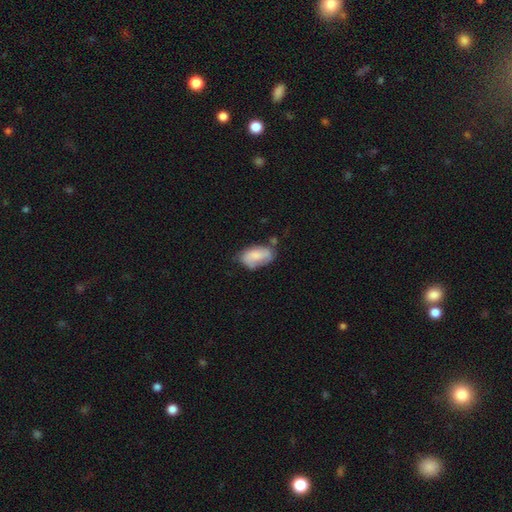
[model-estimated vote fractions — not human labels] This appears to be a smooth galaxy with no disk features (71%) that is in between round and cigar-shaped (92%). Merging: none (48%).